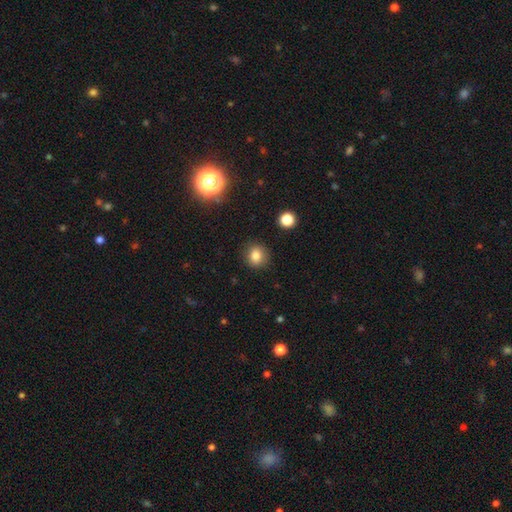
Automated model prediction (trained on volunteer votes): The model was most divided on "how rounded": round: 79%, in between: 20%, cigar-shaped: 1%. More confident: merging — none (89%); smooth or featured — smooth (82%).